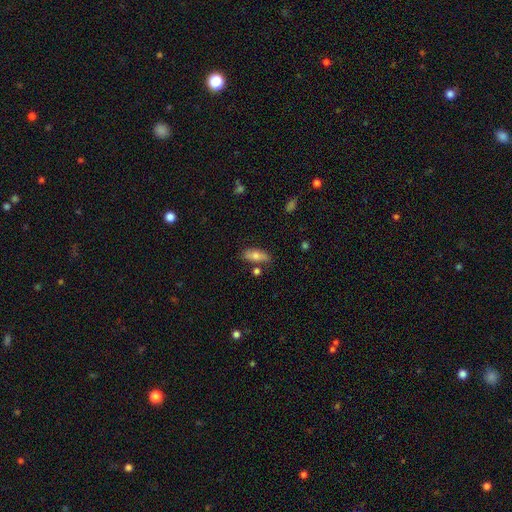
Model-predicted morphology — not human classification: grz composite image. It shows a smooth galaxy with no disk features (76%) that is in between round and cigar-shaped (77%). Merging: none (71%).